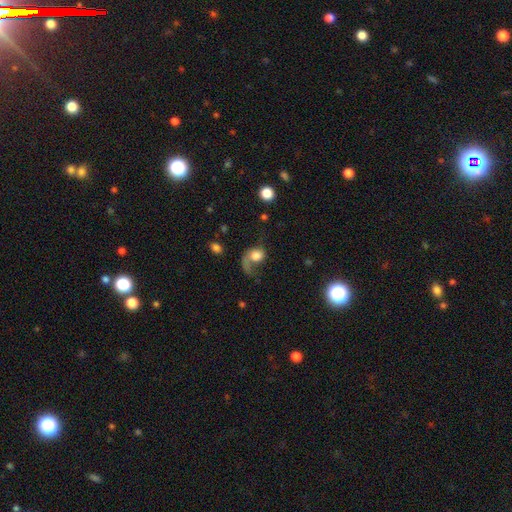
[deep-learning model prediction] Overall: smooth (51%; featured or disk 39%). How rounded: round (62%; in between 37%). Merging: major disturbance (49%; none 29%).